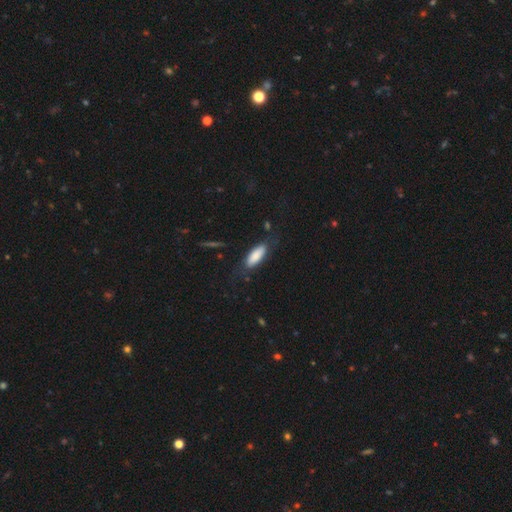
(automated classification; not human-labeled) This is clearly a smooth galaxy (83%). How rounded: likely in between (69%). Merging: likely none (73%).